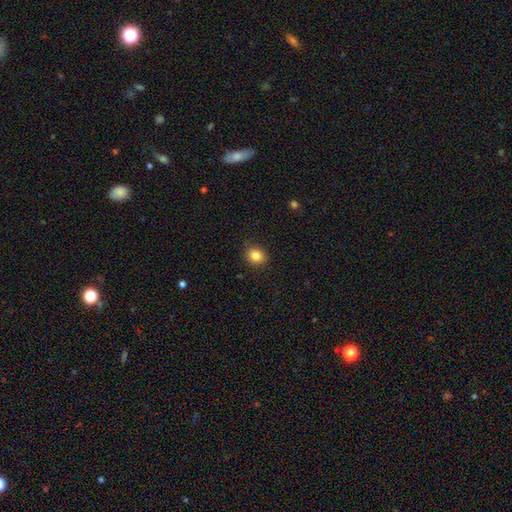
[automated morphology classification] smooth 84%, star or artifact 11%, featured or disk 6%. Down the decision tree: how rounded — round (80%); merging — none (90%).